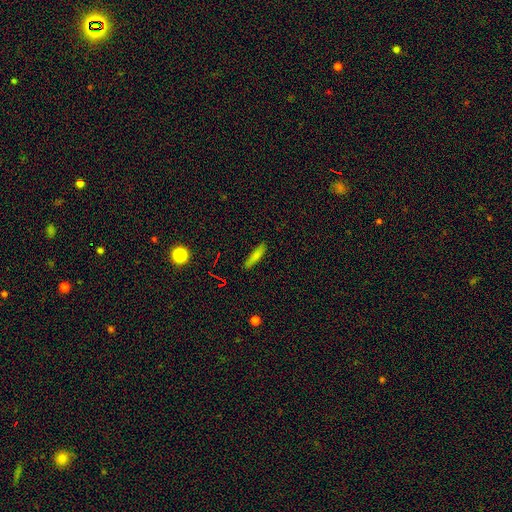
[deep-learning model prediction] Smooth or featured?
  - smooth: 74% *
  - featured or disk: 14%
  - star or artifact: 11%
How rounded?
  - cigar-shaped: 82% *
  - in between: 16%
  - round: 2%
Merging?
  - none: 84% *
  - minor disturbance: 12%
  - major disturbance: 2%
  - merger: 2%